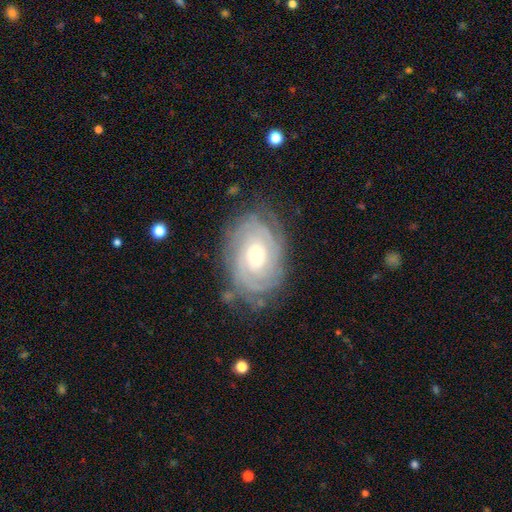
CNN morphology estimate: A featured or disk galaxy (86%) with no bar (67%), tight (82%) spiral arms (96%) and a moderate central bulge (52%). Merging: none (77%).